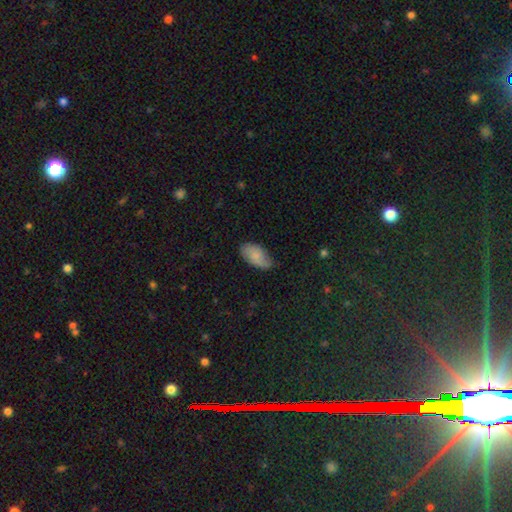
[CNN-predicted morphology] smooth 74%, featured or disk 20%, star or artifact 7%. Down the decision tree: how rounded — in between (95%); merging — none (72%).